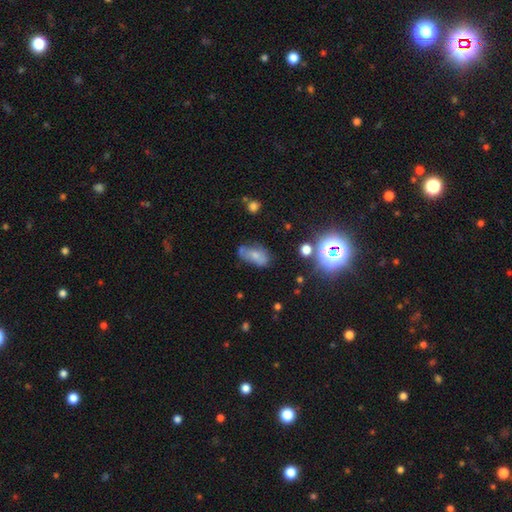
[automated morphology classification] Smooth or featured? Predicted: smooth (p=0.60). How rounded? Predicted: in between (p=0.88). Merging? Predicted: none (p=0.45).